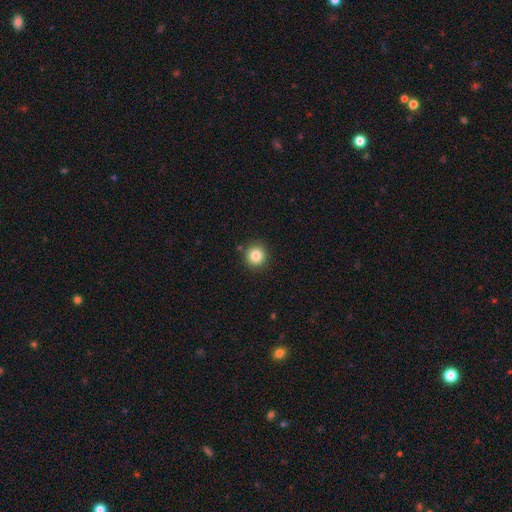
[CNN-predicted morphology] A smooth galaxy with no disk features (84%) that is round (93%).

Vote fractions:
- Smooth or featured? smooth: 84% / star or artifact: 11% / featured or disk: 5%
- How rounded? round: 93% / in between: 6% / cigar-shaped: 1%
- Merging? none: 89% / minor disturbance: 7% / merger: 2% / major disturbance: 2%